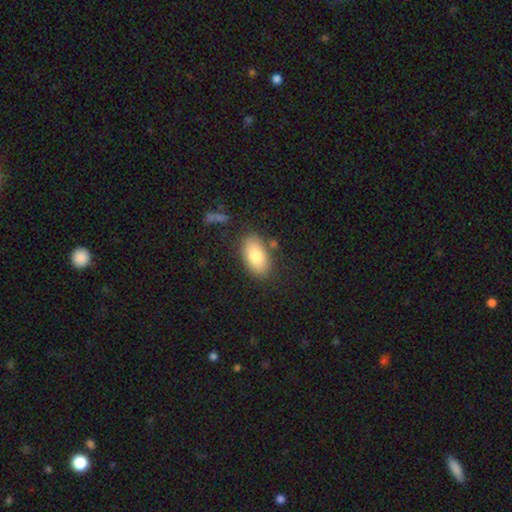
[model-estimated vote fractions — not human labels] This is clearly a smooth galaxy (81%). How rounded: clearly in between (93%). Merging: likely none (79%).